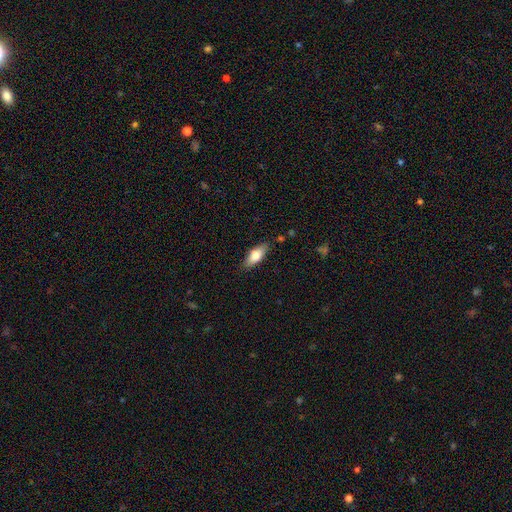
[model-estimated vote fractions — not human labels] smooth-or-featured: smooth: 71% | featured or disk: 23% | star or artifact: 6%
  how-rounded: in between: 73% | cigar-shaped: 24% | round: 3%
  merging: none: 83% | minor disturbance: 13% | major disturbance: 2% | merger: 2%